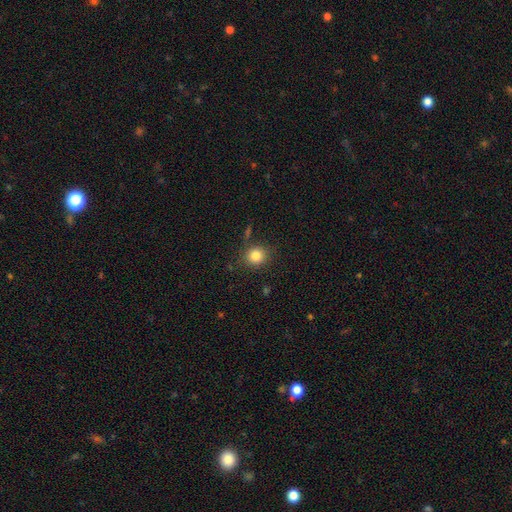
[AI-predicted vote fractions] The model was most divided on "smooth or featured": smooth: 83%, star or artifact: 11%, featured or disk: 6%. More confident: how rounded — round (86%); merging — none (83%).